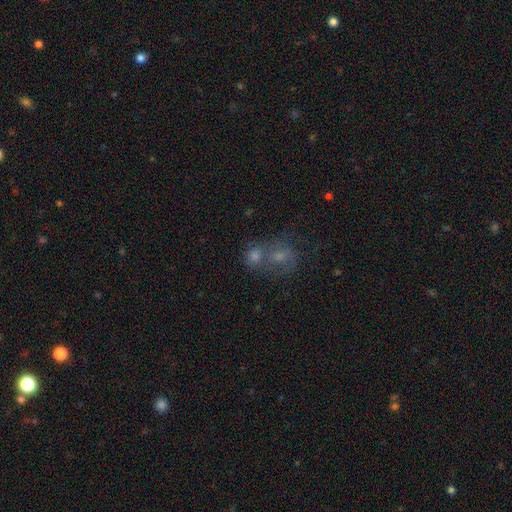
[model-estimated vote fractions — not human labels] smooth_or_featured: smooth (p=0.46) [alt: featured or disk p=0.33]
merging: merger (p=0.54) [alt: none p=0.32]